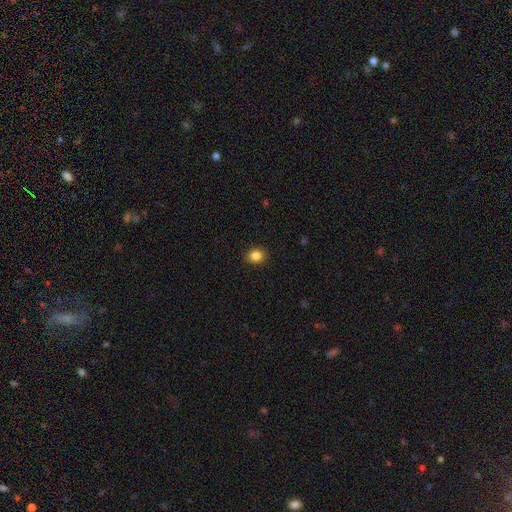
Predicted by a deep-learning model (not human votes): Morphology: type=smooth (85%); roundness=round (72%); merging=none (91%).